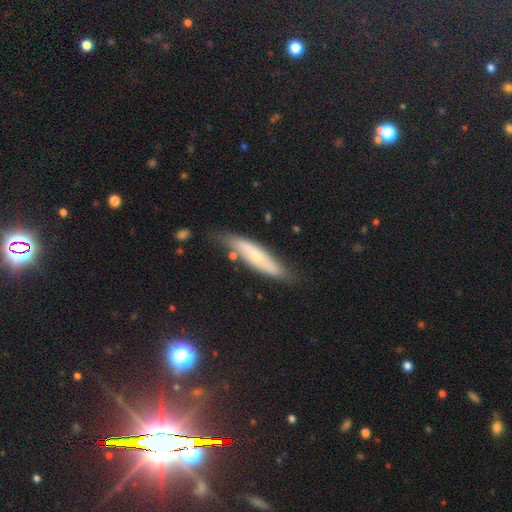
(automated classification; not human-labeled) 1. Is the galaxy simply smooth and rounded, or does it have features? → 49% featured or disk, 44% smooth, 7% star or artifact.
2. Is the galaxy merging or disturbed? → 71% none, 21% minor disturbance, 5% major disturbance, 4% merger.